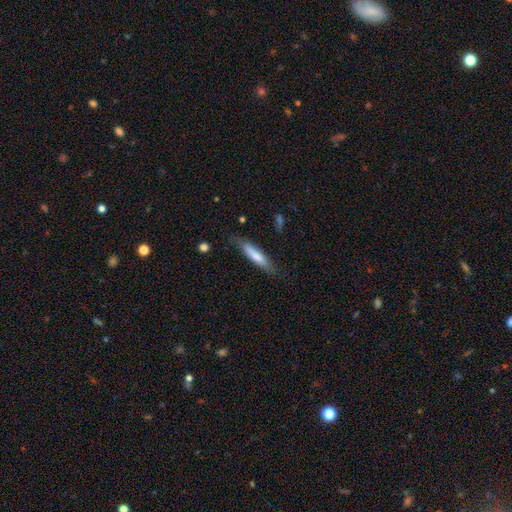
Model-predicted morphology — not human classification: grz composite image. It shows a smooth galaxy with no disk features (71%) that is cigar-shaped (82%). Merging: none (77%).